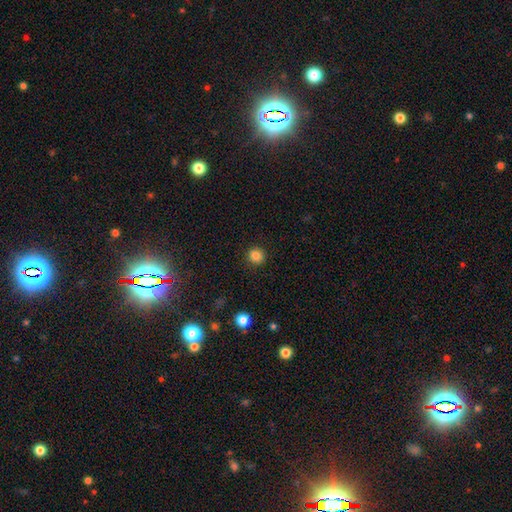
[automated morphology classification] This is clearly a smooth galaxy (84%). How rounded: clearly round (93%). Merging: clearly none (92%).